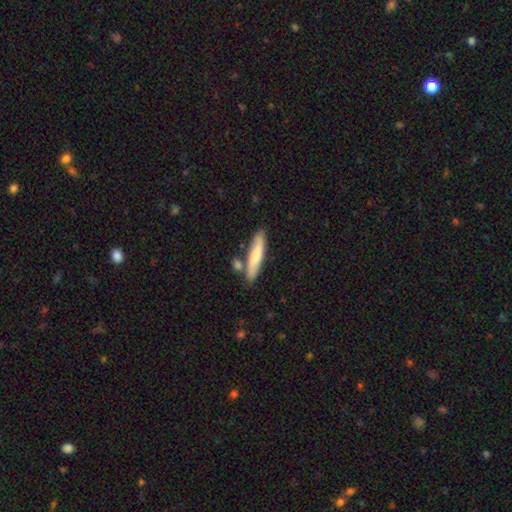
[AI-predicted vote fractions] Q: Smooth or featured?
A: smooth (68%); runner-up: featured or disk (26%)
Q: How rounded?
A: cigar-shaped (82%); runner-up: in between (16%)
Q: Merging?
A: none (74%); runner-up: minor disturbance (13%)